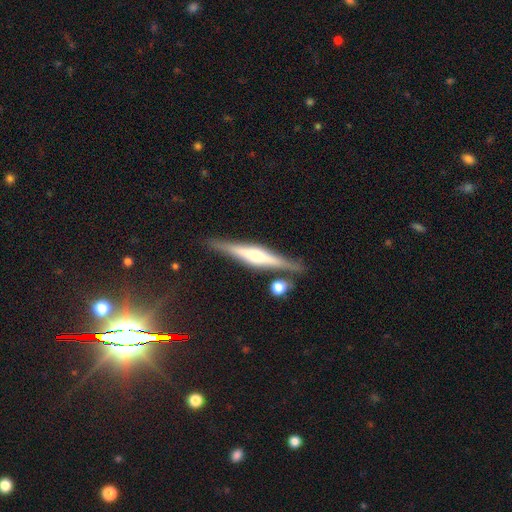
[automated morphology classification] Q: Smooth or featured?
A: featured or disk (72%); runner-up: smooth (22%)
Q: Edge-on disk?
A: yes (97%); runner-up: no (3%)
Q: Edge-on bulge?
A: rounded (77%); runner-up: boxy (15%)
Q: Merging?
A: none (83%); runner-up: minor disturbance (9%)